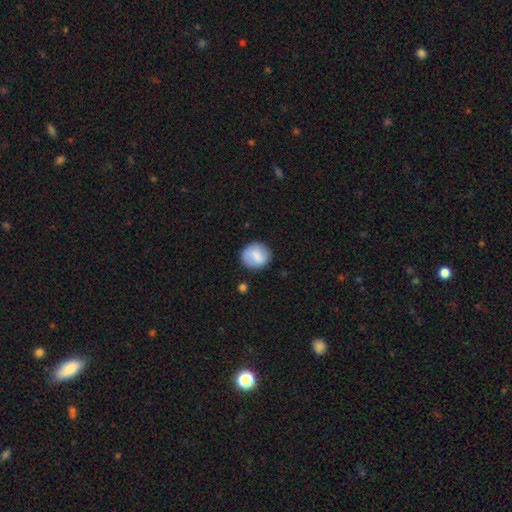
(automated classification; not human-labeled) Overall: smooth (77%). How rounded: round (83%). Merging: none (83%).